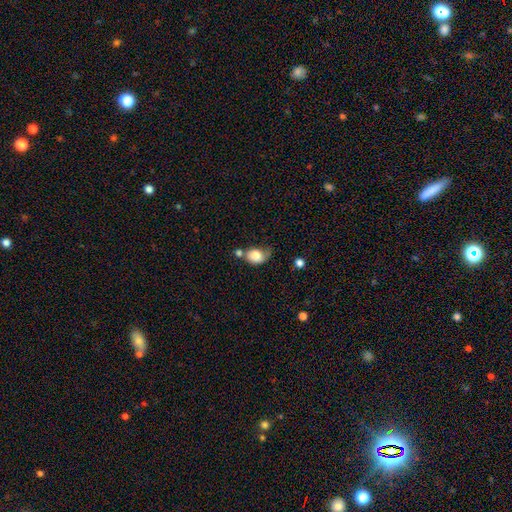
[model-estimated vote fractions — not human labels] A smooth galaxy with no disk features (80%) that is in between round and cigar-shaped (54%). Merging: none (33%).